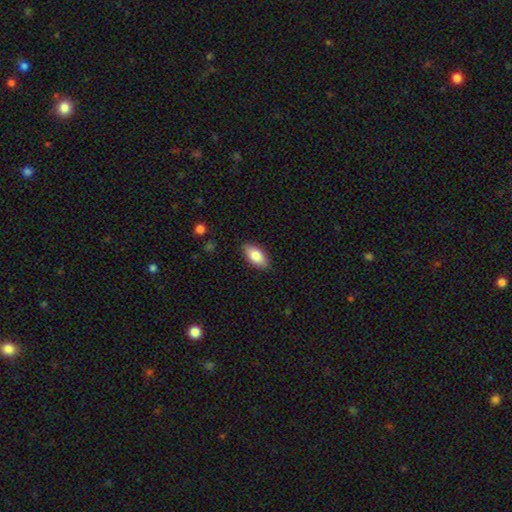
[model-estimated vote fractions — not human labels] Overall: smooth (80%). How rounded: in between (90%). Merging: none (86%).